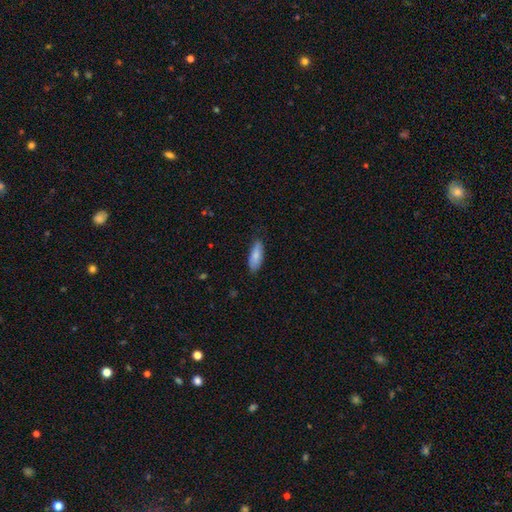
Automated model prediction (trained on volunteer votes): Smooth or featured? Predicted: smooth (p=0.82). How rounded? Predicted: in between (p=0.69). Merging? Predicted: none (p=0.78).